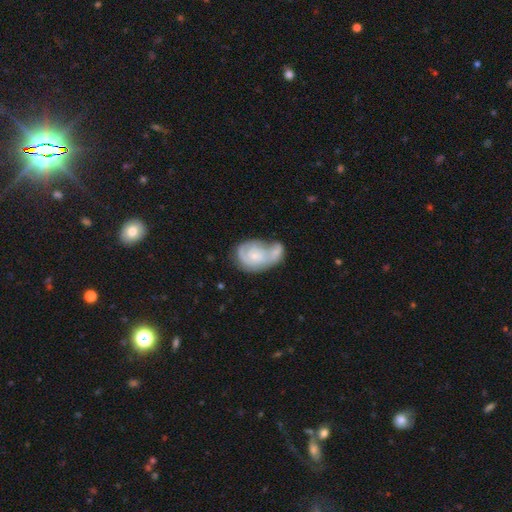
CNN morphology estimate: smooth-or-featured: featured or disk: 60% | smooth: 33% | star or artifact: 6%
  disk-edge-on: no: 97% | yes: 3%
    bar: no: 77% | weak: 20% | strong: 3%
    has-spiral-arms: yes: 72% | no: 28%
    bulge-size: small: 62% | moderate: 28% | none: 7% | large: 2% | dominant: 1%
  merging: merger: 54% | none: 19% | minor disturbance: 15% | major disturbance: 12%